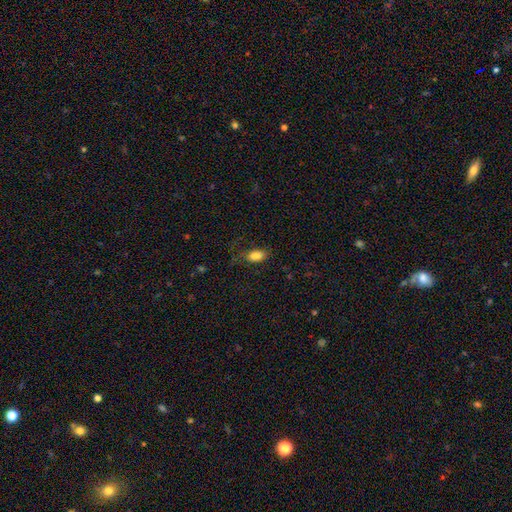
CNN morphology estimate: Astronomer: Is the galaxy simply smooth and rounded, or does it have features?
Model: smooth — 84%.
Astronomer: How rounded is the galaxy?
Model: in between — 90%.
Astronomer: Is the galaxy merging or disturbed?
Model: none — 67%.